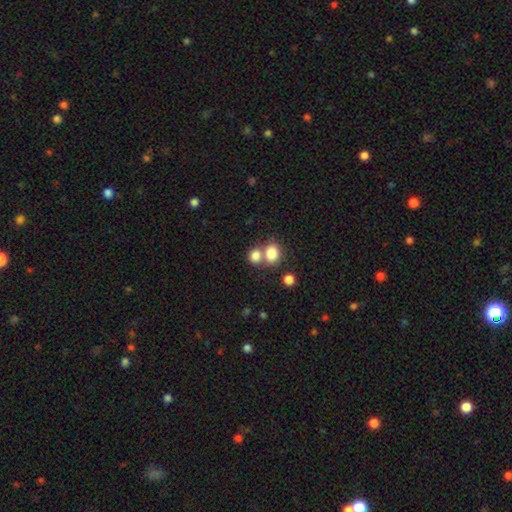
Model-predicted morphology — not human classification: This is clearly a smooth galaxy (81%). How rounded: possibly round (52%). Merging: possibly merger (52%).